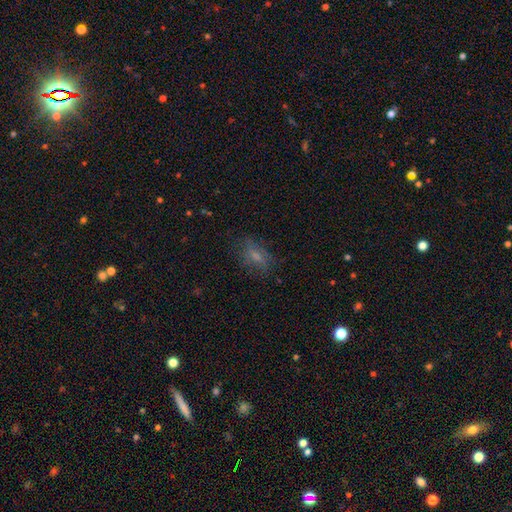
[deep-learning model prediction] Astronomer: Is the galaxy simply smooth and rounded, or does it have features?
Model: smooth — 61%.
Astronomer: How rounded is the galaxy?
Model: in between — 77%.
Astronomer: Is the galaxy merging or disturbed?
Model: none — 68%.